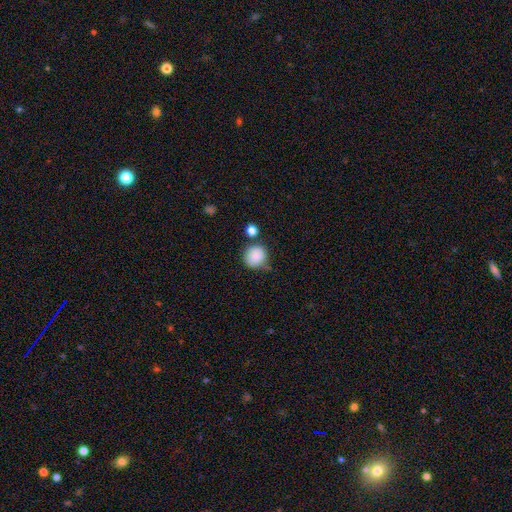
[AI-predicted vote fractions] Q: Smooth or featured?
A: smooth (86%); runner-up: star or artifact (9%)
Q: How rounded?
A: round (87%); runner-up: in between (12%)
Q: Merging?
A: none (64%); runner-up: minor disturbance (20%)